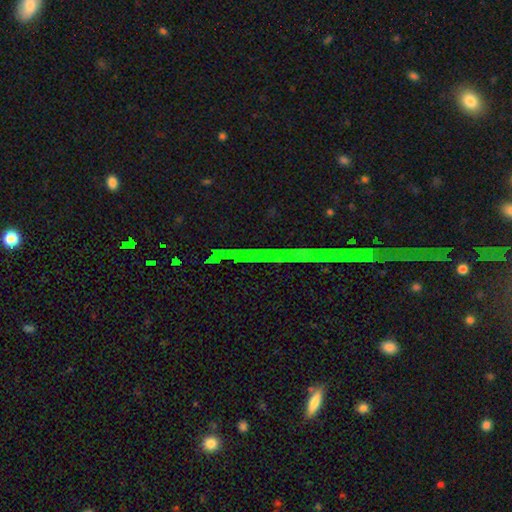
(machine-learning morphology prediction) type=star or artifact (81%).